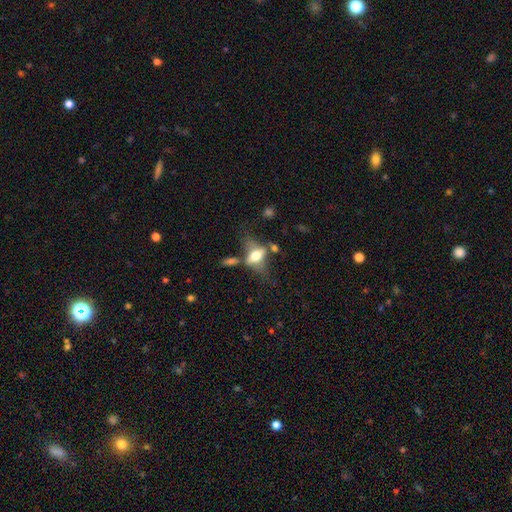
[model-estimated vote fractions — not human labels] Smooth or featured?
  - featured or disk: 46% *
  - smooth: 44%
  - star or artifact: 10%
Merging?
  - none: 43% *
  - major disturbance: 21%
  - minor disturbance: 20%
  - merger: 16%